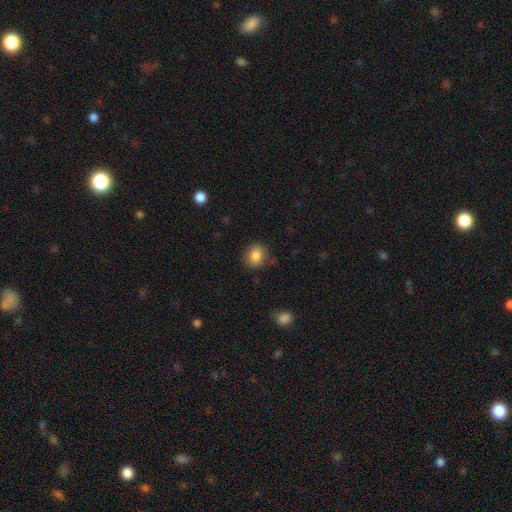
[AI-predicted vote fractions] Smooth or featured? smooth (84%)
How rounded? round (54%)
Merging? none (76%)